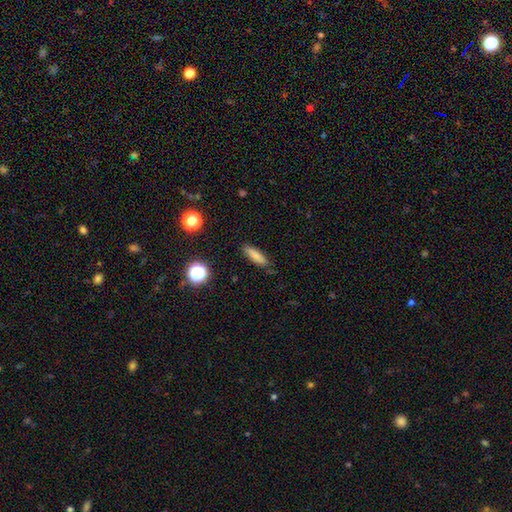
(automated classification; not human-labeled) This is likely a smooth galaxy (79%). How rounded: likely cigar-shaped (62%). Merging: clearly none (83%).